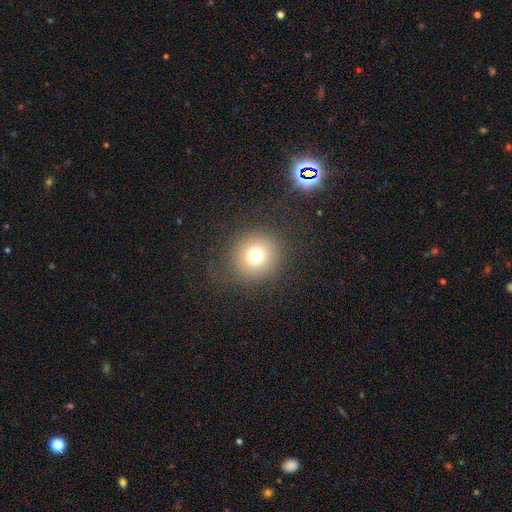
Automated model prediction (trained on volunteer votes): Smooth or featured? smooth (73%)
How rounded? round (92%)
Merging? none (84%)